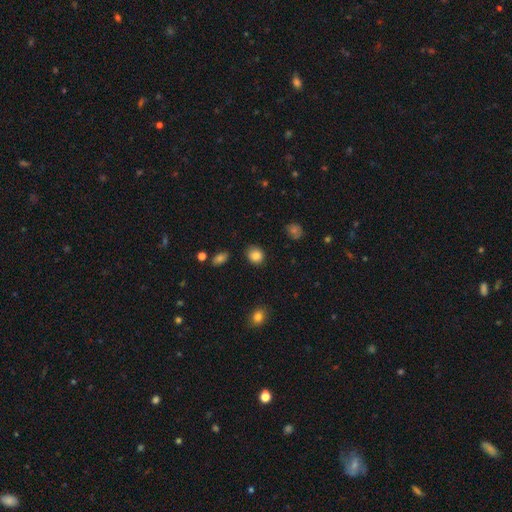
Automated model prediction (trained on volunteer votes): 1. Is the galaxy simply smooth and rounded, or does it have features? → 85% smooth, 9% star or artifact, 5% featured or disk.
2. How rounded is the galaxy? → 74% round, 25% in between, 1% cigar-shaped.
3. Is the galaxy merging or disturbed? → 88% none, 8% minor disturbance, 2% major disturbance, 2% merger.